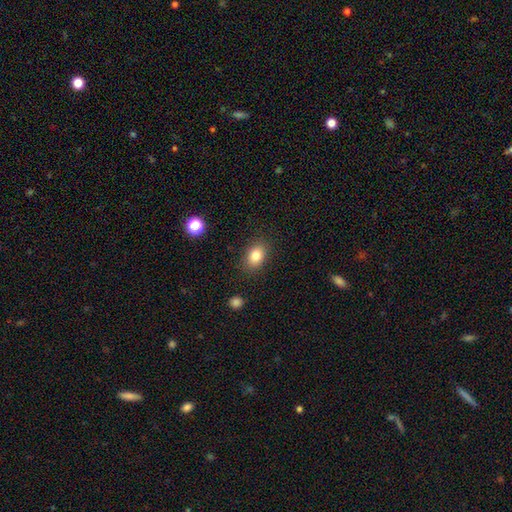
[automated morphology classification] This is clearly a smooth galaxy (83%). How rounded: likely in between (78%). Merging: clearly none (85%).